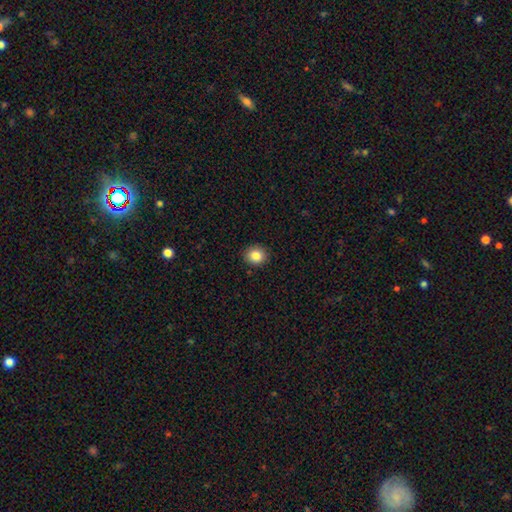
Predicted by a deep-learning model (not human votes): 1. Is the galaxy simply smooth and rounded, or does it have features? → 85% smooth, 10% star or artifact, 5% featured or disk.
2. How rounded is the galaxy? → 81% round, 18% in between, 1% cigar-shaped.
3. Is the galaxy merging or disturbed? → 91% none, 6% minor disturbance, 2% major disturbance, 1% merger.